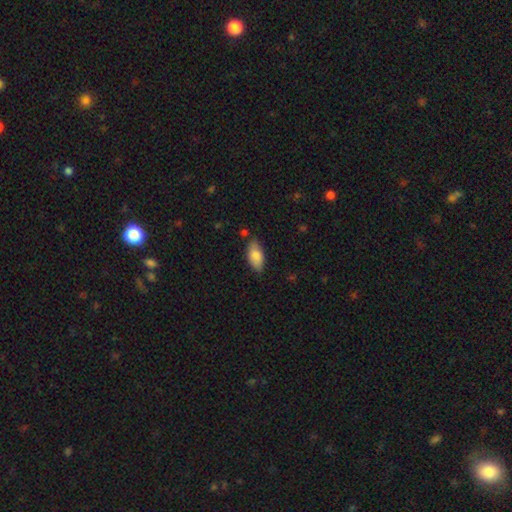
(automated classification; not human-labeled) The model was most divided on "merging": none: 75%, minor disturbance: 19%, major disturbance: 3%, merger: 3%. More confident: how rounded — in between (91%); smooth or featured — smooth (82%).